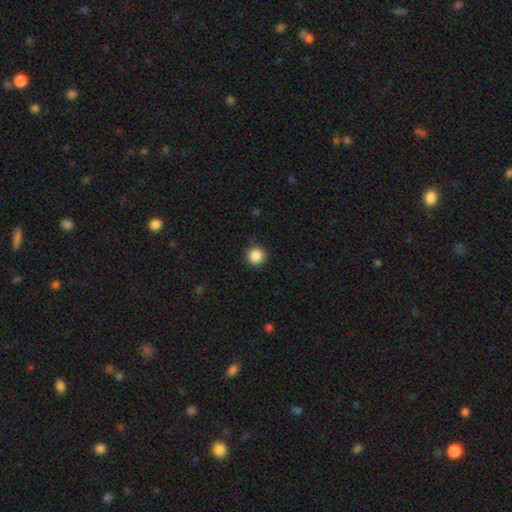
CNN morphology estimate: A smooth galaxy with no disk features (87%) that is round (96%). Merging: none (89%).